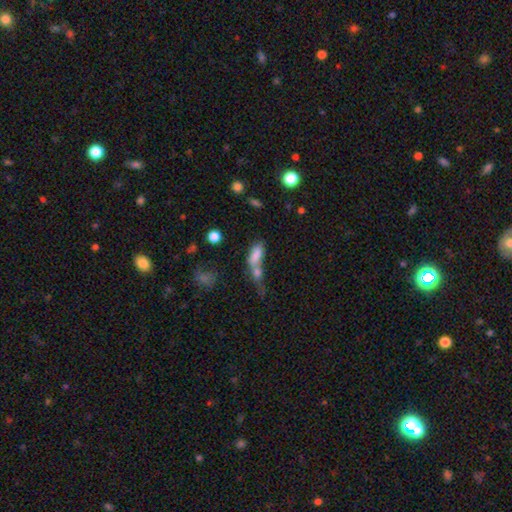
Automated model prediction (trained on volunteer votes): Morphology: type=smooth (75%); roundness=in between (72%); merging=merger (61%).